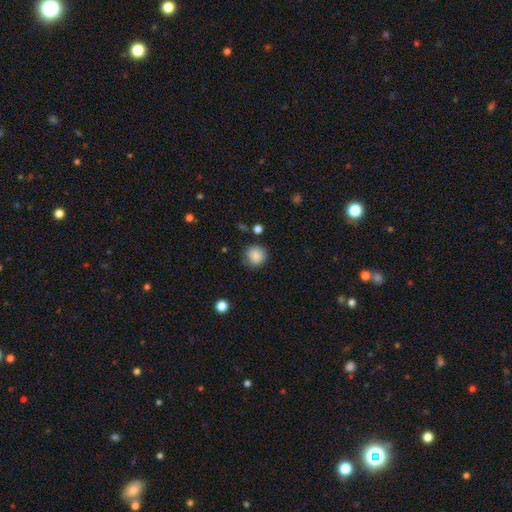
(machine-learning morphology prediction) A smooth galaxy with no disk features (87%) that is round (90%).

Vote fractions:
- Smooth or featured? smooth: 87% / star or artifact: 9% / featured or disk: 4%
- How rounded? round: 90% / in between: 9% / cigar-shaped: 1%
- Merging? none: 79% / minor disturbance: 15% / major disturbance: 4% / merger: 2%